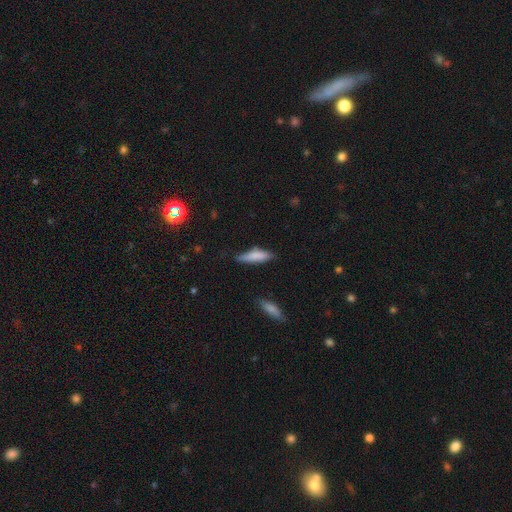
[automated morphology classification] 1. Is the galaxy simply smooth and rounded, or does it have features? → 79% smooth, 15% featured or disk, 6% star or artifact.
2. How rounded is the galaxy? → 62% cigar-shaped, 36% in between, 2% round.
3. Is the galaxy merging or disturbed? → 67% none, 26% minor disturbance, 5% major disturbance, 3% merger.